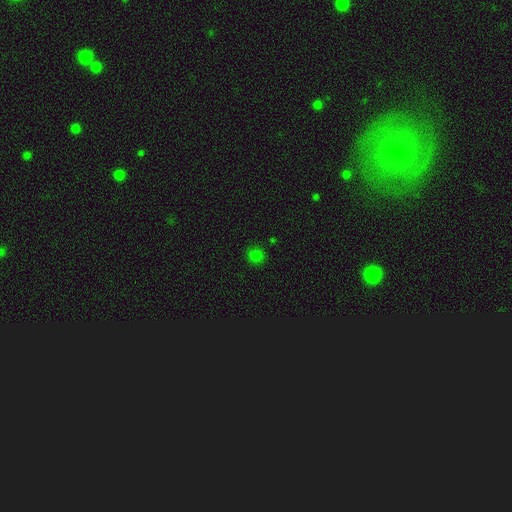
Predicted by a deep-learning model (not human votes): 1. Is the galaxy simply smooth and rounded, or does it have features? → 78% smooth, 17% star or artifact, 4% featured or disk.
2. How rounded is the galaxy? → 88% round, 11% in between, 1% cigar-shaped.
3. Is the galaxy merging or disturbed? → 89% none, 8% minor disturbance, 2% major disturbance, 1% merger.